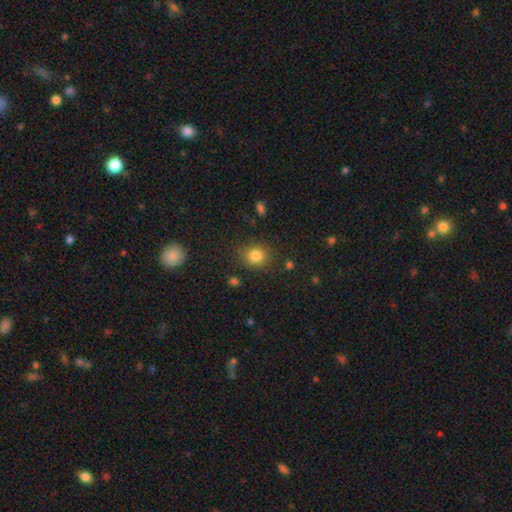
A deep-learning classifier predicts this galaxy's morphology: Smooth or featured? Predicted: smooth (p=0.82). How rounded? Predicted: round (p=0.76). Merging? Predicted: none (p=0.83).